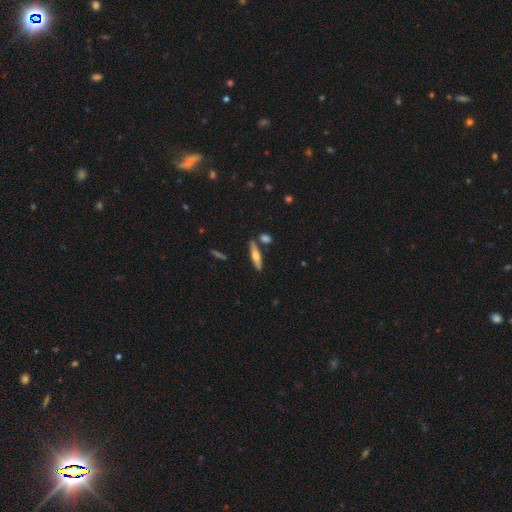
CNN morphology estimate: The model was most divided on "smooth or featured": smooth: 50%, featured or disk: 44%, star or artifact: 6%. More confident: merging — none (81%).